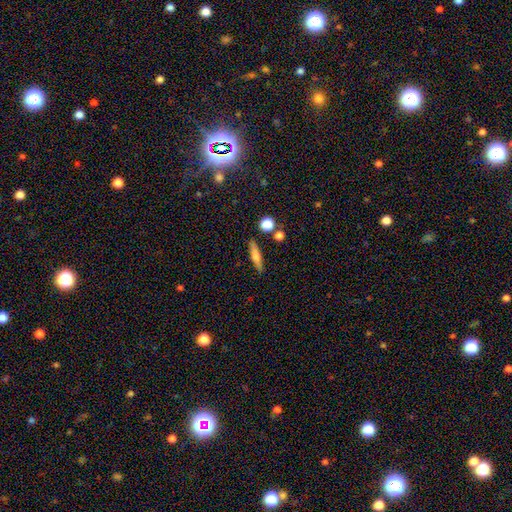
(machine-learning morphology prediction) type=smooth (58%); roundness=cigar-shaped (81%); merging=none (84%).